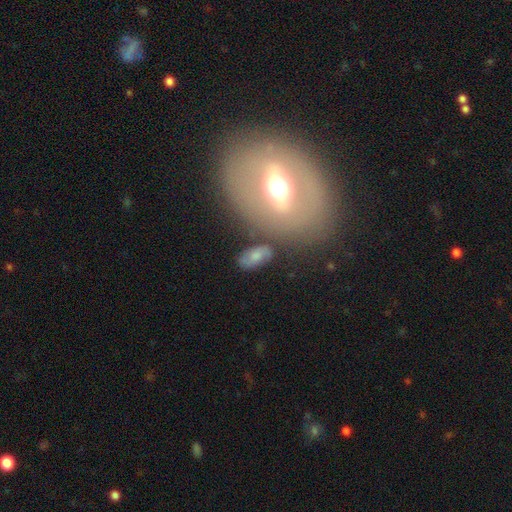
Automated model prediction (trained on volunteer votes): A smooth galaxy with no disk features (56%) that is in between round and cigar-shaped (89%).

Vote fractions:
- Smooth or featured? smooth: 56% / featured or disk: 33% / star or artifact: 10%
- How rounded? in between: 89% / round: 7% / cigar-shaped: 4%
- Merging? none: 69% / minor disturbance: 16% / merger: 7% / major disturbance: 7%